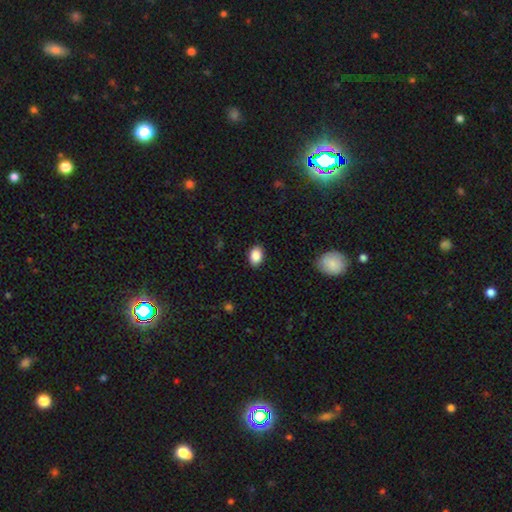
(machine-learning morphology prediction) A smooth galaxy with no disk features (88%) that is in between round and cigar-shaped (80%).

Vote fractions:
- Smooth or featured? smooth: 88% / star or artifact: 8% / featured or disk: 4%
- How rounded? in between: 80% / round: 19% / cigar-shaped: 1%
- Merging? none: 88% / minor disturbance: 9% / major disturbance: 2% / merger: 1%